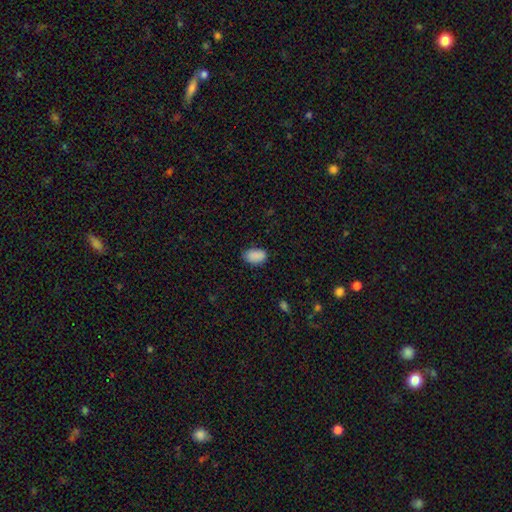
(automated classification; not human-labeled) Smooth or featured? Predicted: smooth (p=0.88). How rounded? Predicted: in between (p=0.90). Merging? Predicted: none (p=0.79).